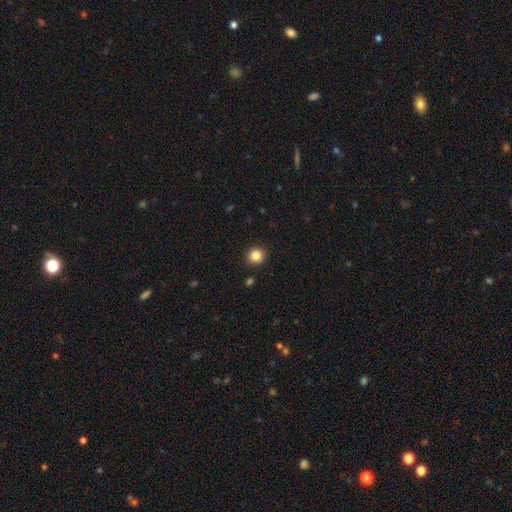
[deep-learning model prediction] The model was most divided on "smooth or featured": smooth: 84%, star or artifact: 11%, featured or disk: 4%. More confident: how rounded — round (93%); merging — none (92%).